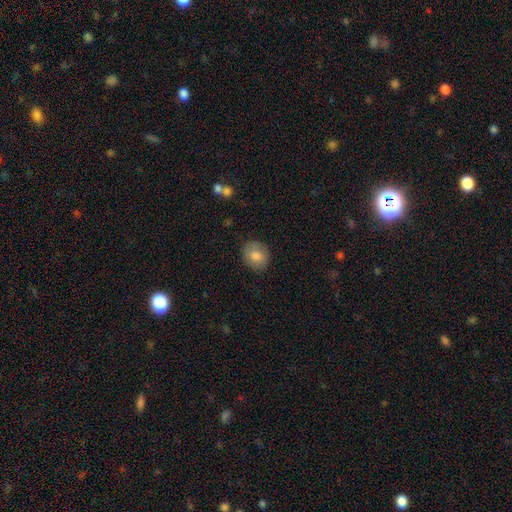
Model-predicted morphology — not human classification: Smooth or featured?
  - smooth: 77% *
  - featured or disk: 16%
  - star or artifact: 8%
How rounded?
  - round: 59% *
  - in between: 40%
  - cigar-shaped: 1%
Merging?
  - none: 82% *
  - minor disturbance: 13%
  - major disturbance: 3%
  - merger: 1%